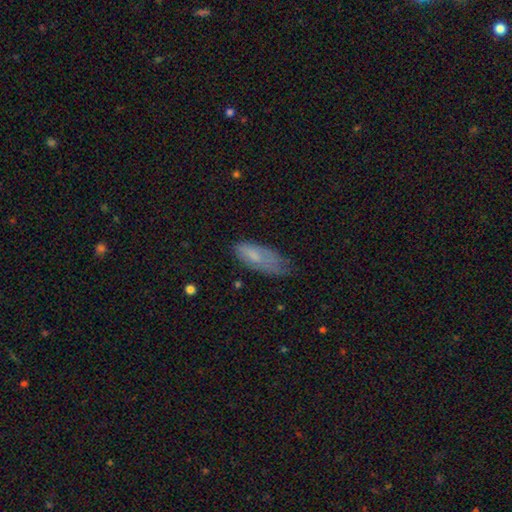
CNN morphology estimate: smooth-or-featured: smooth: 72% | featured or disk: 20% | star or artifact: 8%
  how-rounded: in between: 71% | cigar-shaped: 27% | round: 2%
  merging: none: 40% | minor disturbance: 39% | major disturbance: 18% | merger: 2%